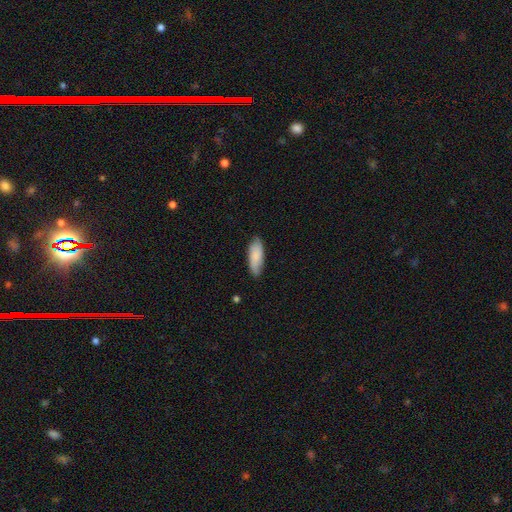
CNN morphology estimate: Smooth or featured?
  - smooth: 80% *
  - featured or disk: 15%
  - star or artifact: 6%
How rounded?
  - in between: 68% *
  - cigar-shaped: 30%
  - round: 2%
Merging?
  - none: 80% *
  - minor disturbance: 17%
  - major disturbance: 3%
  - merger: 1%